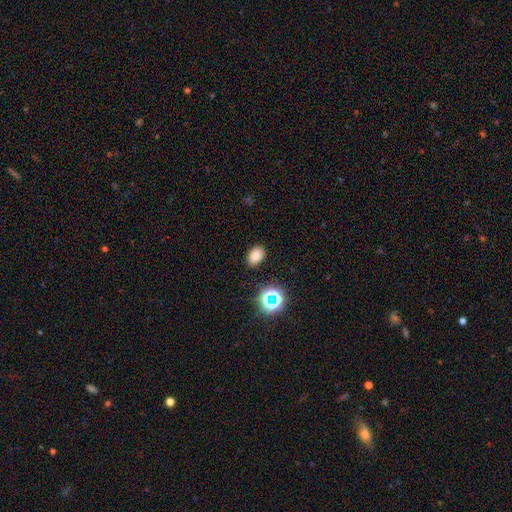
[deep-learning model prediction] smooth 80%, star or artifact 15%, featured or disk 4%. Down the decision tree: how rounded — in between (80%); merging — none (86%).